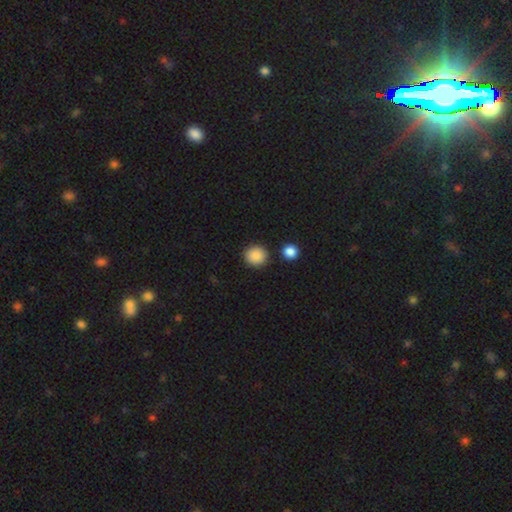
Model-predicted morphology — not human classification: This is clearly a smooth galaxy (88%). How rounded: clearly round (89%). Merging: clearly none (87%).